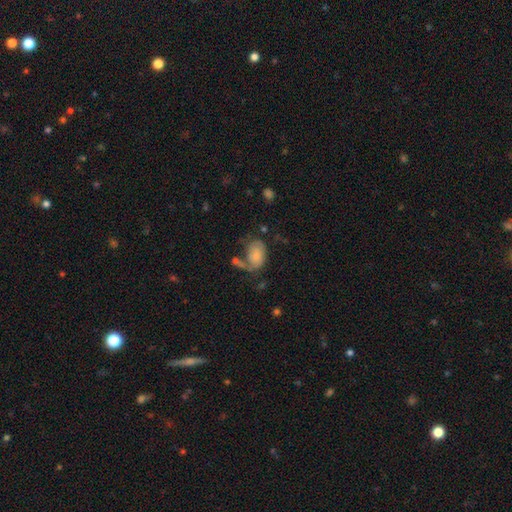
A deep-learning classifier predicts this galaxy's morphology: type=smooth (65%); roundness=in between (85%); merging=none (35%).